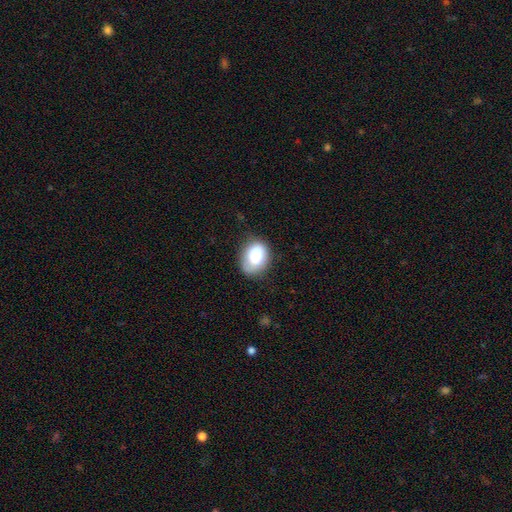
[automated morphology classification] Q: Smooth or featured?
A: smooth (83%); runner-up: featured or disk (10%)
Q: How rounded?
A: in between (71%); runner-up: round (28%)
Q: Merging?
A: none (68%); runner-up: minor disturbance (24%)